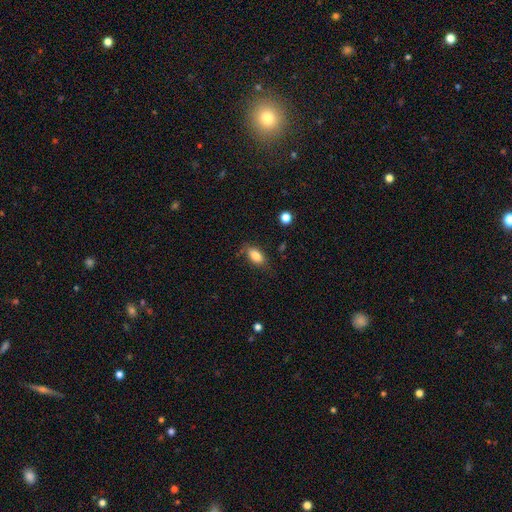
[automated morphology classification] smooth 83%, featured or disk 9%, star or artifact 8%. Down the decision tree: how rounded — in between (88%); merging — none (76%).